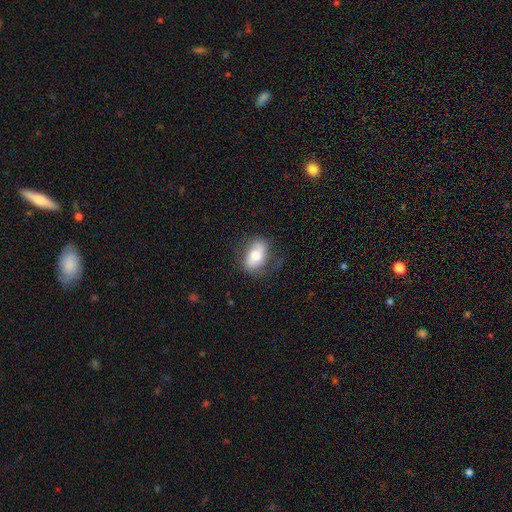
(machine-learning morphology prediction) smooth_or_featured: smooth (p=0.68) [alt: featured or disk p=0.25]
how_rounded: in between (p=0.86) [alt: round p=0.11]
merging: none (p=0.73) [alt: minor disturbance p=0.19]